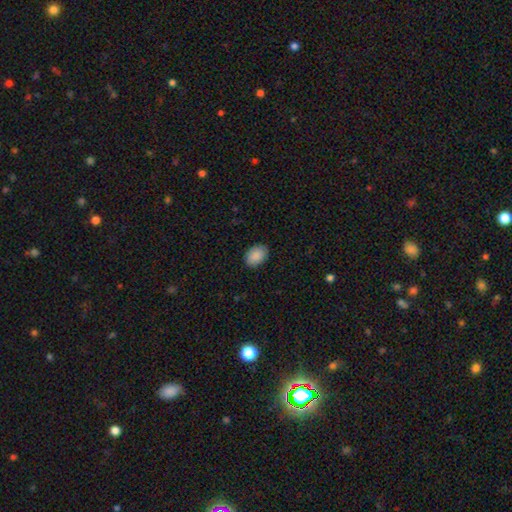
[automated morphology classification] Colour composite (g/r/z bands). It shows a smooth galaxy with no disk features (90%) that is in between round and cigar-shaped (80%). Merging: none (88%).